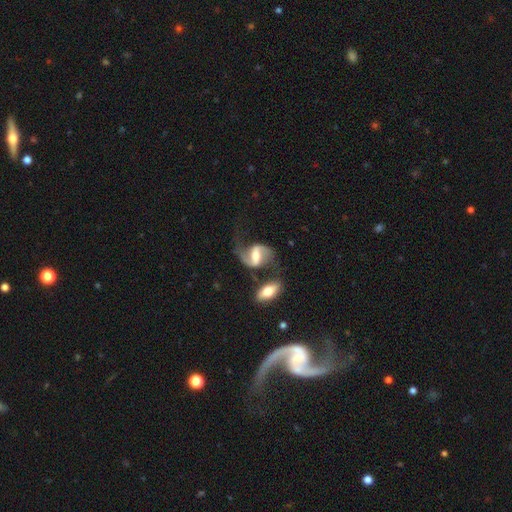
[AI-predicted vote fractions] Smooth or featured?
  - featured or disk: 85% *
  - smooth: 10%
  - star or artifact: 5%
Edge-on disk?
  - no: 96% *
  - yes: 4%
Bar?
  - strong: 46% *
  - weak: 40%
  - no: 14%
Spiral arms?
  - yes: 95% *
  - no: 5%
Spiral winding?
  - loose: 55% *
  - medium: 38%
  - tight: 8%
Spiral arm count?
  - 2: 90% *
  - 1: 5%
  - can't tell: 3%
  - 3: 1%
  - 4: 1%
  - more than 4: 1%
Bulge size?
  - moderate: 51% *
  - small: 23%
  - large: 18%
  - none: 7%
  - dominant: 2%
Merging?
  - none: 50% *
  - merger: 17%
  - minor disturbance: 17%
  - major disturbance: 16%